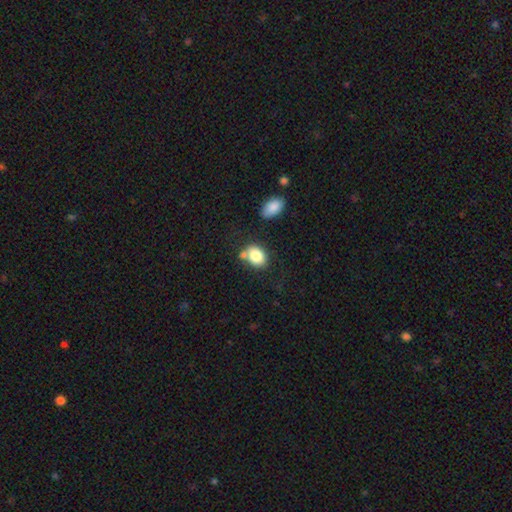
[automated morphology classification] Smooth or featured?
  - smooth: 82% *
  - featured or disk: 9%
  - star or artifact: 9%
How rounded?
  - in between: 64% *
  - round: 35%
  - cigar-shaped: 1%
Merging?
  - none: 59% *
  - merger: 20%
  - minor disturbance: 16%
  - major disturbance: 5%